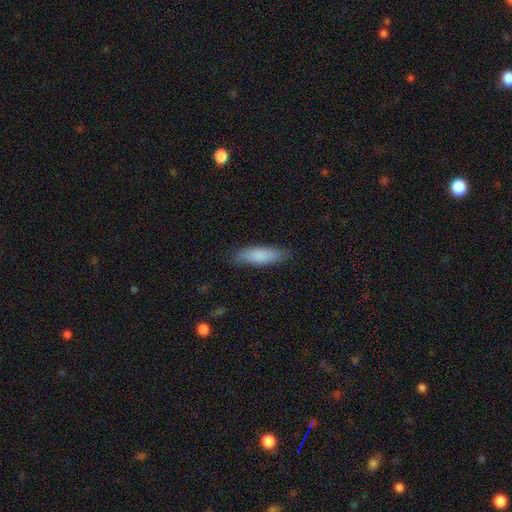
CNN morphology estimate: smooth 82%, featured or disk 12%, star or artifact 6%. Down the decision tree: how rounded — cigar-shaped (55%); merging — none (83%).